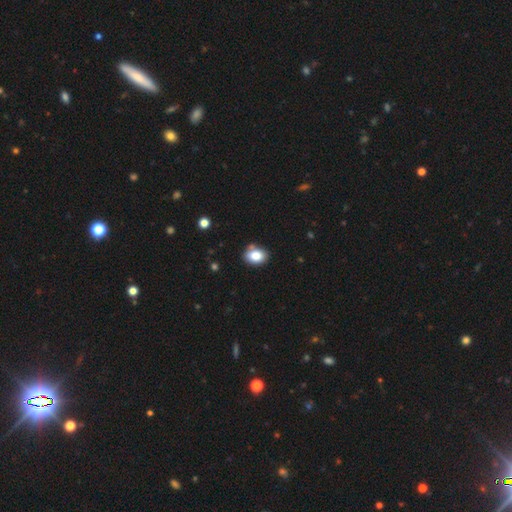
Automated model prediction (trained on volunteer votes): A smooth galaxy with no disk features (83%) that is in between round and cigar-shaped (70%). Merging: none (72%).